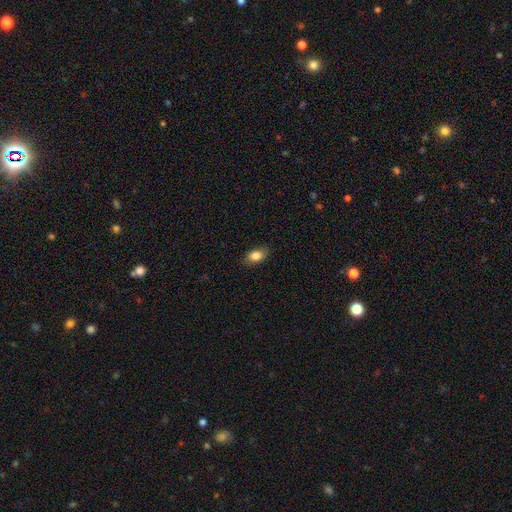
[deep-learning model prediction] The model was most divided on "merging": none: 83%, minor disturbance: 14%, major disturbance: 3%, merger: 1%. More confident: how rounded — in between (86%); smooth or featured — smooth (84%).